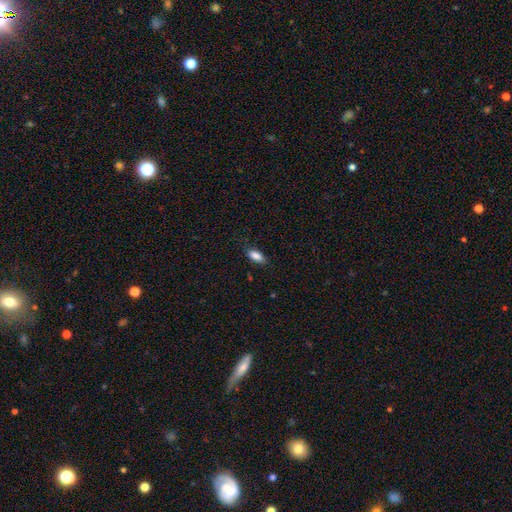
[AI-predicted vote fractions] Overall: smooth (86%). How rounded: in between (84%). Merging: none (78%).